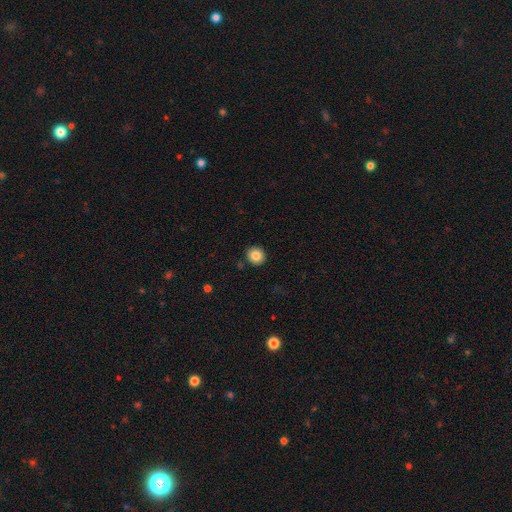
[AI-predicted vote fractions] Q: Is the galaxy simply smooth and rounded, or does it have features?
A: smooth — 84%.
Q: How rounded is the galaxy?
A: round — 89%.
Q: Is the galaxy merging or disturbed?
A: none — 90%.